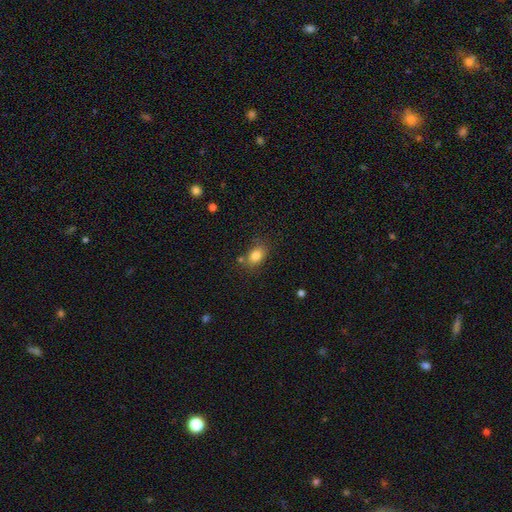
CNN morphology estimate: The model was most divided on "how rounded": in between: 78%, round: 21%, cigar-shaped: 2%. More confident: smooth or featured — smooth (82%); merging — none (73%).